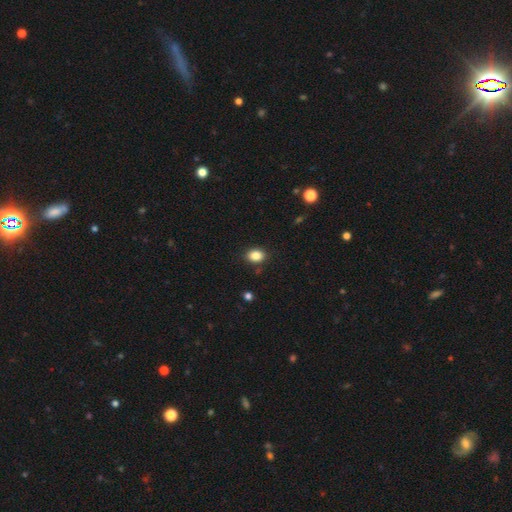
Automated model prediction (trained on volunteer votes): smooth 86%, star or artifact 10%, featured or disk 5%. Down the decision tree: how rounded — in between (61%); merging — none (86%).